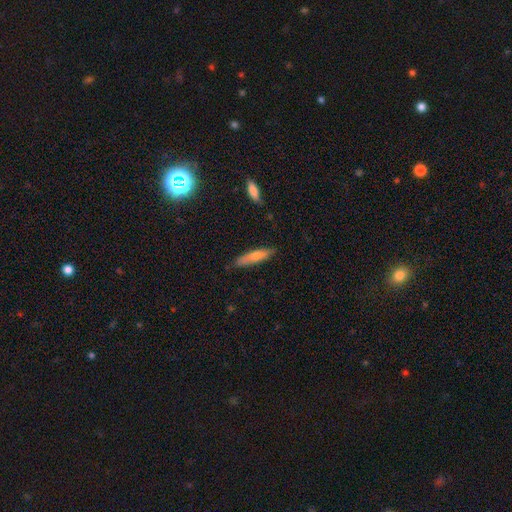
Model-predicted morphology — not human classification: smooth 67%, featured or disk 26%, star or artifact 7%. Down the decision tree: how rounded — cigar-shaped (79%); merging — none (81%).